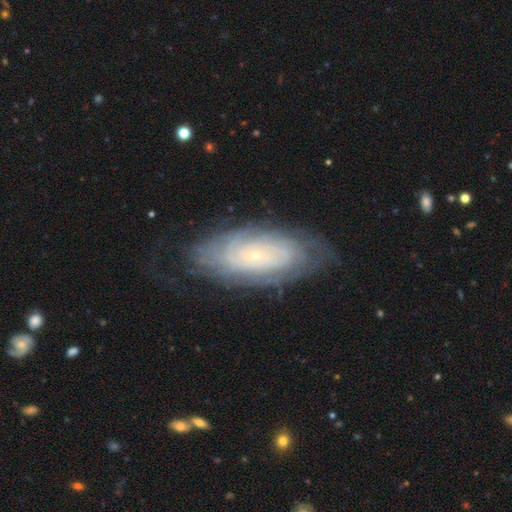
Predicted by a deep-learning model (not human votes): A featured or disk galaxy (72%) with no bar (82%), tight (81%) spiral arms (87%) and a small central bulge (87%).

Vote fractions:
- Smooth or featured? featured or disk: 72% / smooth: 21% / star or artifact: 8%
- Edge-on disk? no: 91% / yes: 9%
- Bar? no: 82% / weak: 14% / strong: 4%
- Spiral arms? yes: 87% / no: 13%
- Spiral winding? tight: 81% / medium: 14% / loose: 4%
- Spiral arm count? can't tell: 60% / more than 4: 12% / 4: 10% / 2: 9% / 3: 6% / 1: 4%
- Bulge size? small: 87% / moderate: 8% / none: 2% / large: 1% / dominant: 1%
- Merging? none: 75% / minor disturbance: 17% / major disturbance: 7% / merger: 1%